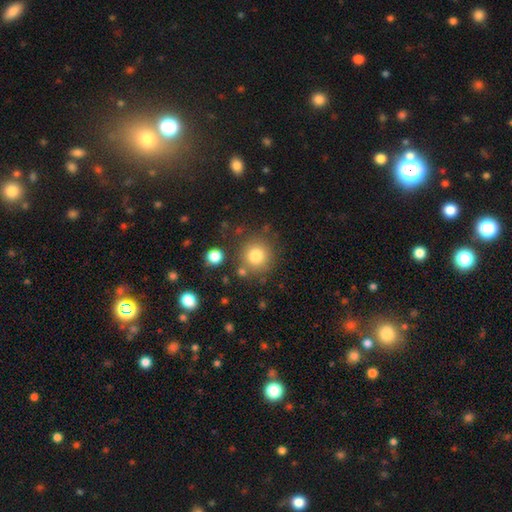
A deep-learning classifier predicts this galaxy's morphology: Smooth or featured? smooth (79%)
How rounded? round (92%)
Merging? none (79%)